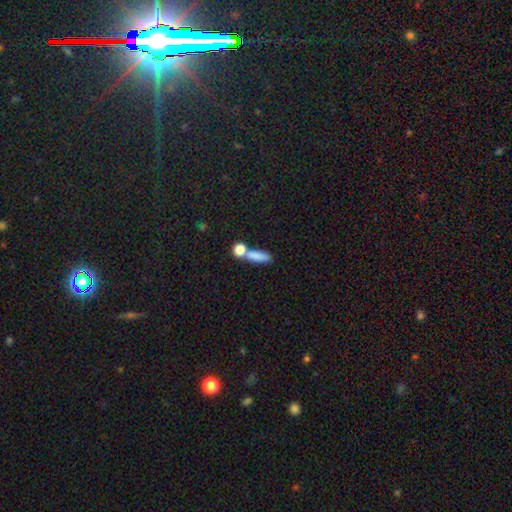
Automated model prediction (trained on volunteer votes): Smooth or featured: smooth — 81% (featured or disk — 10%)
How rounded: cigar-shaped — 45% (in between — 41%)
Merging: none — 53% (merger — 30%)